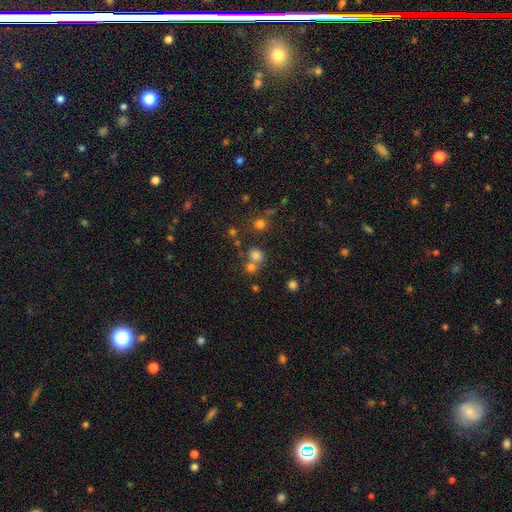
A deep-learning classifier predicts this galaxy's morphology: Smooth or featured? Predicted: smooth (p=0.72). How rounded? Predicted: round (p=0.81). Merging? Predicted: none (p=0.55).